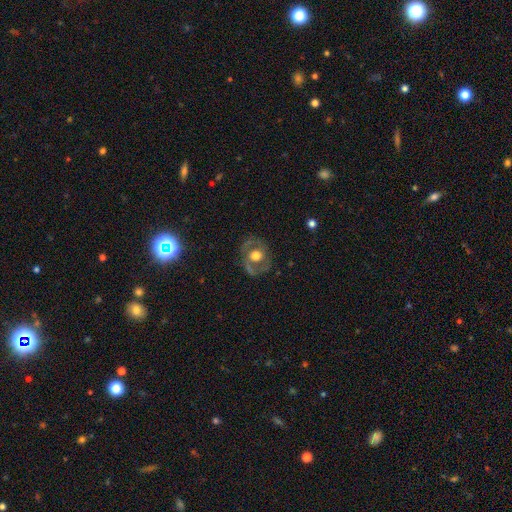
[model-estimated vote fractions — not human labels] Smooth or featured?
  - featured or disk: 60% *
  - smooth: 32%
  - star or artifact: 8%
Edge-on disk?
  - no: 95% *
  - yes: 5%
Bar?
  - no: 78% *
  - weak: 17%
  - strong: 5%
Spiral arms?
  - no: 60% *
  - yes: 40%
Bulge size?
  - moderate: 54% *
  - large: 37%
  - small: 5%
  - dominant: 3%
  - none: 1%
Merging?
  - none: 75% *
  - minor disturbance: 15%
  - major disturbance: 8%
  - merger: 1%